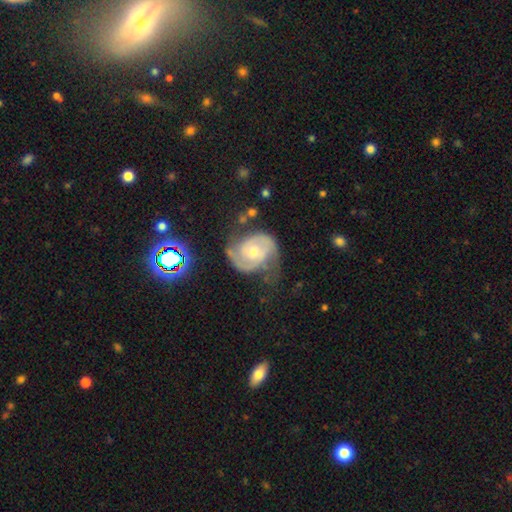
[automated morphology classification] Smooth or featured: featured or disk — 85% (smooth — 8%)
Edge-on disk: no — 98% (yes — 2%)
Bar: no — 65% (weak — 29%)
Spiral arms: yes — 96% (no — 4%)
Spiral winding: medium — 44% (tight — 43%)
Spiral arm count: 2 — 85% (can't tell — 7%)
Bulge size: moderate — 58% (small — 36%)
Merging: none — 57% (minor disturbance — 25%)